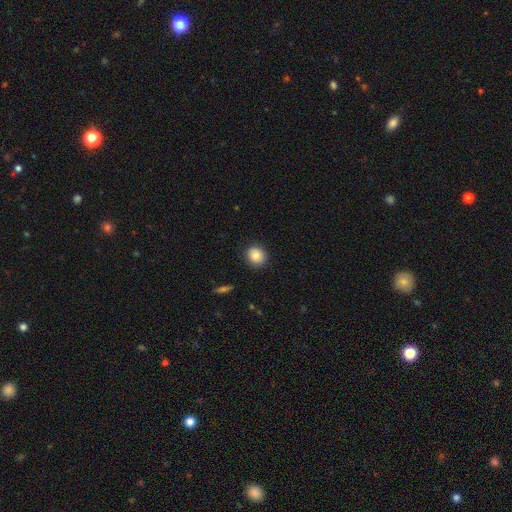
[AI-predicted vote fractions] The model was most divided on "how rounded": round: 81%, in between: 18%, cigar-shaped: 1%. More confident: merging — none (88%); smooth or featured — smooth (82%).